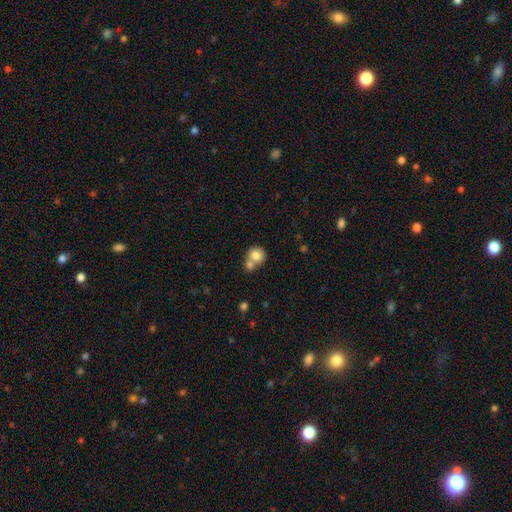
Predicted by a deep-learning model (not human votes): Smooth or featured? smooth (79%)
How rounded? round (85%)
Merging? merger (51%)